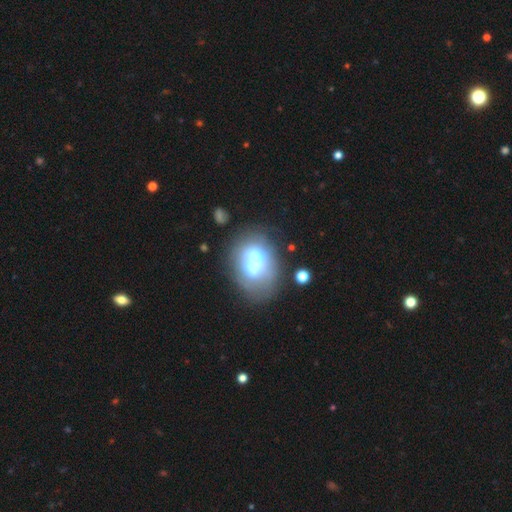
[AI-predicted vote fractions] Overall: smooth (45%; featured or disk 43%). Merging: merger (37%; none 30%).